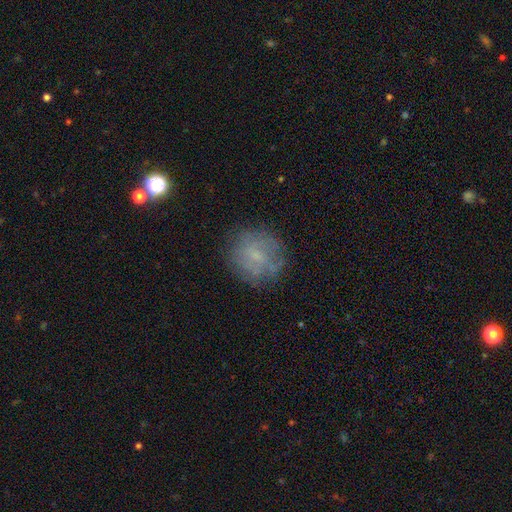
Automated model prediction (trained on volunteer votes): smooth_or_featured: smooth (p=0.55) [alt: featured or disk p=0.32]
how_rounded: round (p=0.86) [alt: in between p=0.13]
merging: none (p=0.75) [alt: minor disturbance p=0.16]